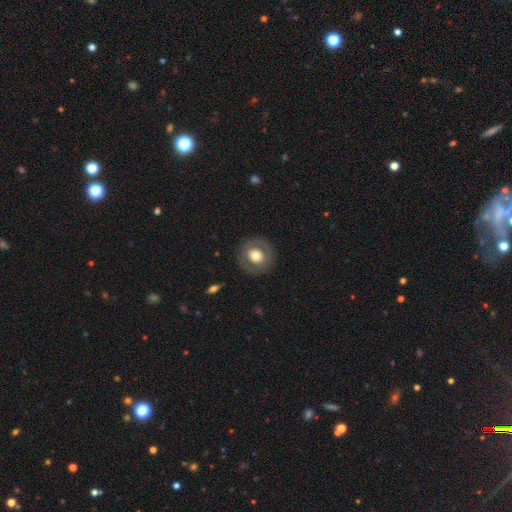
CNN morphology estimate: smooth-or-featured: smooth: 61% | featured or disk: 31% | star or artifact: 7%
  how-rounded: round: 86% | in between: 13% | cigar-shaped: 1%
  merging: none: 86% | minor disturbance: 8% | major disturbance: 4% | merger: 1%